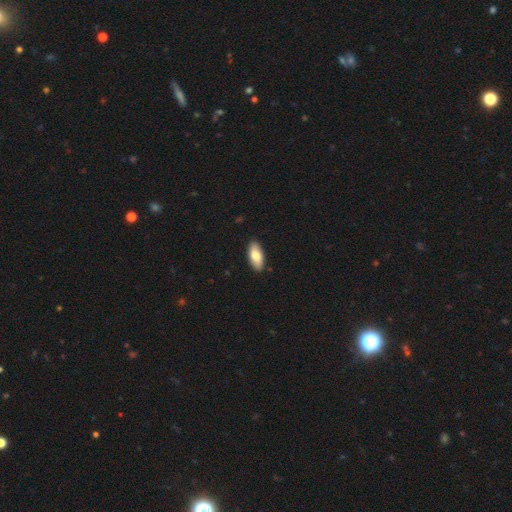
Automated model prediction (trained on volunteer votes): A smooth galaxy with no disk features (78%) that is in between round and cigar-shaped (89%). Merging: none (90%).